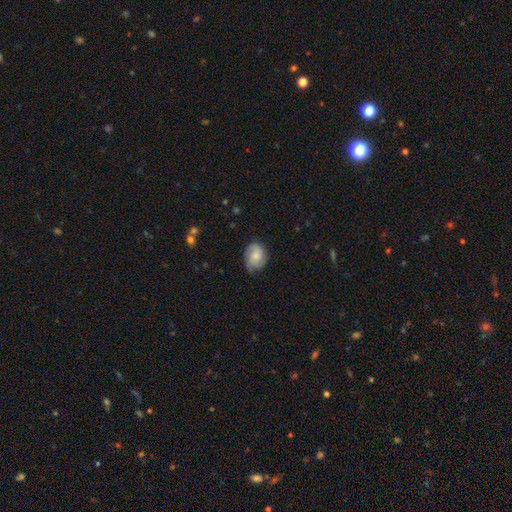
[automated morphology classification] smooth_or_featured: smooth (p=0.49) [alt: featured or disk p=0.43]
merging: none (p=0.67) [alt: minor disturbance p=0.25]